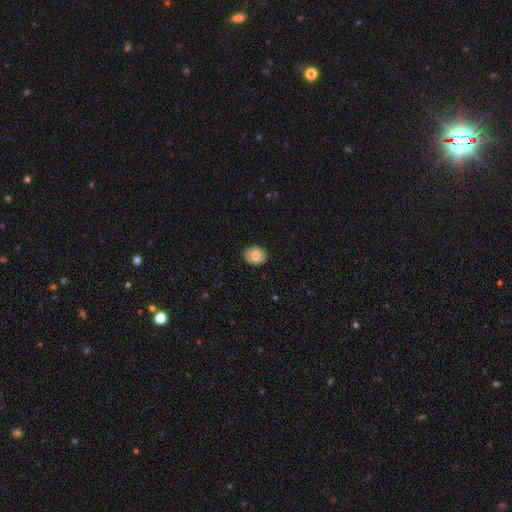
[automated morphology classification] A smooth galaxy with no disk features (70%) that is round (59%). Merging: none (85%).